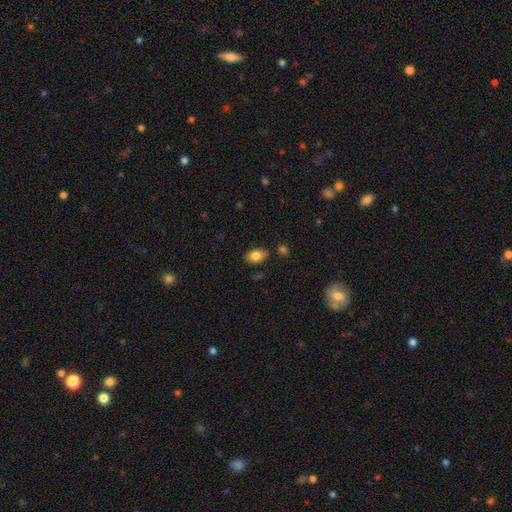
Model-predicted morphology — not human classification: Smooth or featured?
  - smooth: 82% *
  - featured or disk: 9%
  - star or artifact: 8%
How rounded?
  - in between: 87% *
  - round: 11%
  - cigar-shaped: 2%
Merging?
  - none: 80% *
  - minor disturbance: 13%
  - merger: 4%
  - major disturbance: 3%